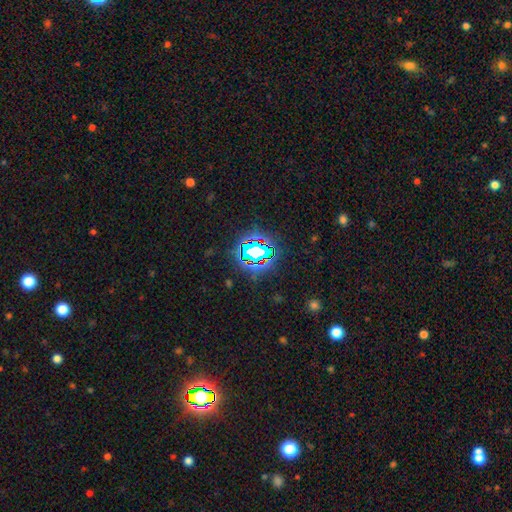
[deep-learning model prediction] A star or artifact, not a galaxy (69%).

Vote fractions:
- Smooth or featured? star or artifact: 69% / smooth: 18% / featured or disk: 13%